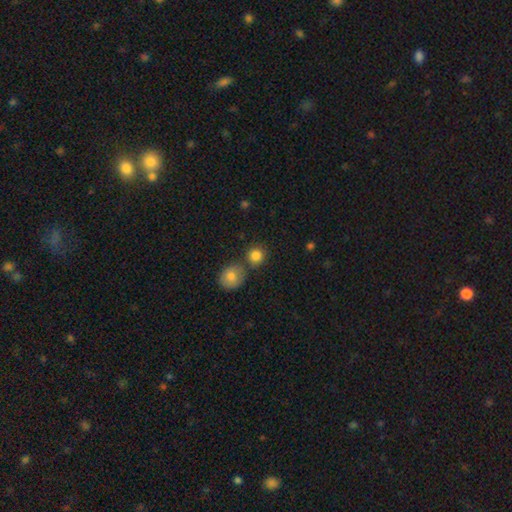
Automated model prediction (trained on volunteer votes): Morphology: type=smooth (83%); roundness=round (88%); merging=none (65%).